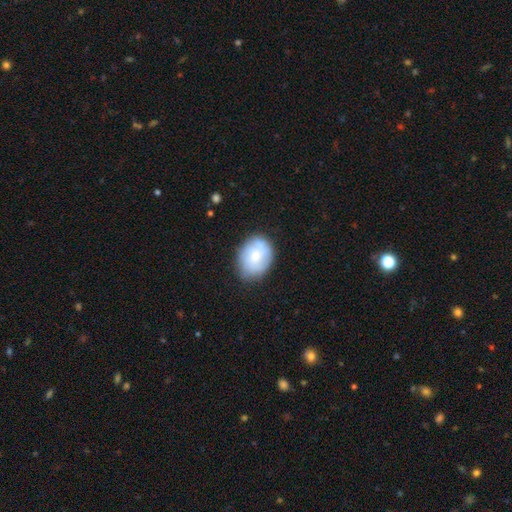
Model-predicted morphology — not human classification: Smooth or featured? Predicted: smooth (p=0.58). How rounded? Predicted: in between (p=0.58). Merging? Predicted: none (p=0.70).